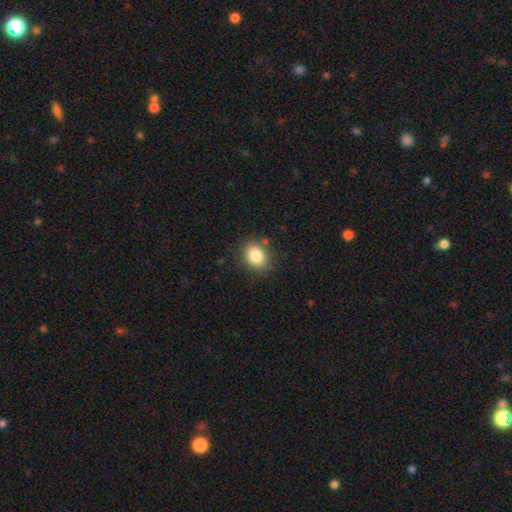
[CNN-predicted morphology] Smooth or featured?
  - smooth: 84% *
  - star or artifact: 9%
  - featured or disk: 7%
How rounded?
  - in between: 53% *
  - round: 46%
  - cigar-shaped: 1%
Merging?
  - none: 83% *
  - minor disturbance: 12%
  - major disturbance: 3%
  - merger: 2%